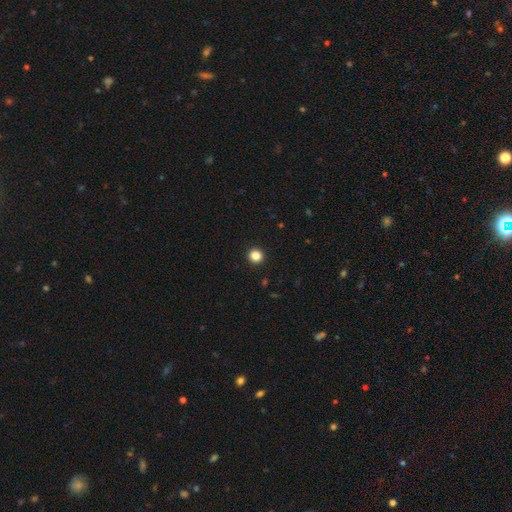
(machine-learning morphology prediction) smooth_or_featured: smooth (p=0.85) [alt: star or artifact p=0.11]
how_rounded: round (p=0.94) [alt: in between p=0.05]
merging: none (p=0.94) [alt: minor disturbance p=0.04]